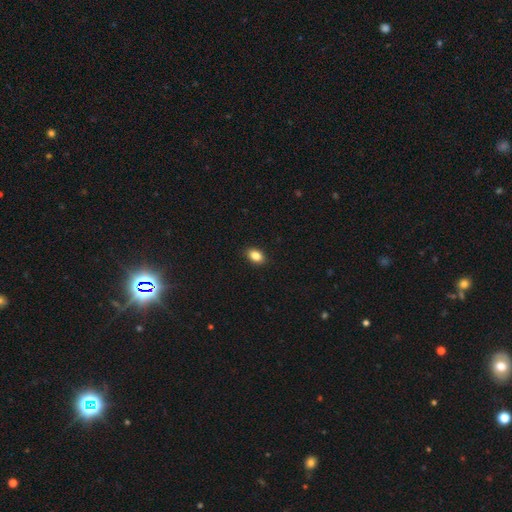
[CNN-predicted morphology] Smooth or featured: smooth — 85% (star or artifact — 9%)
How rounded: in between — 82% (round — 17%)
Merging: none — 90% (minor disturbance — 8%)